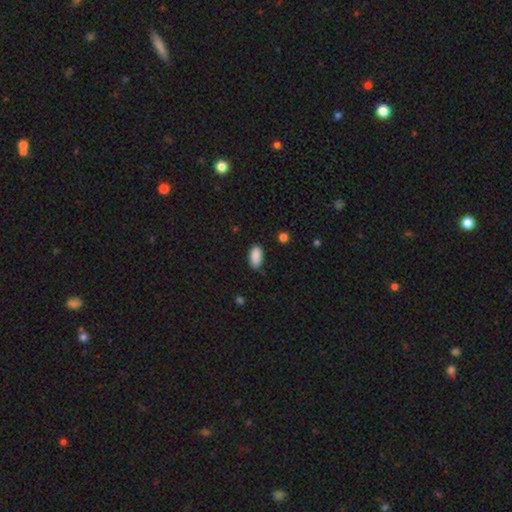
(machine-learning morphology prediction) Smooth or featured? smooth (90%)
How rounded? in between (93%)
Merging? none (81%)